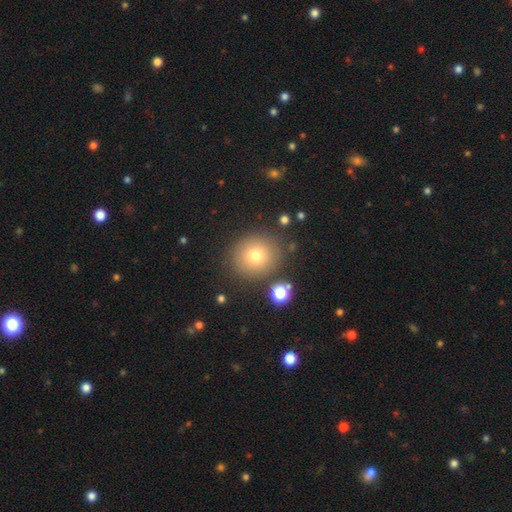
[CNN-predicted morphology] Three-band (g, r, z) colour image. It shows a smooth galaxy with no disk features (73%) that is round (88%). Merging: none (84%).